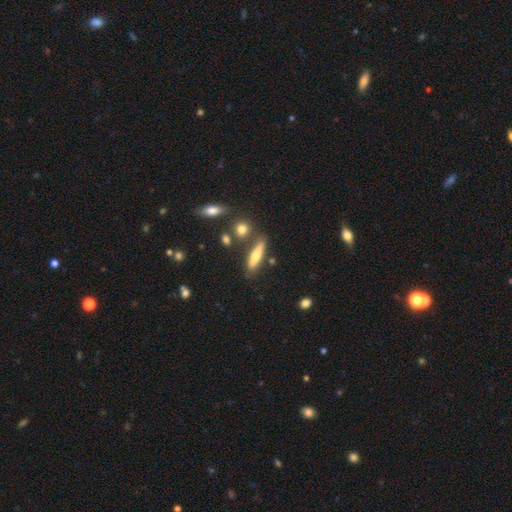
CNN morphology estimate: Smooth or featured: smooth — 62% (featured or disk — 30%)
How rounded: cigar-shaped — 75% (in between — 23%)
Merging: none — 73% (minor disturbance — 14%)